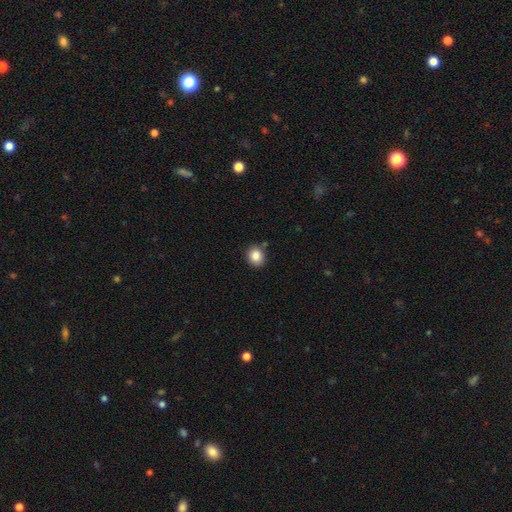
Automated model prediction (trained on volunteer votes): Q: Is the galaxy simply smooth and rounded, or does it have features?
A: smooth — 86%.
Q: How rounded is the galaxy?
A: round — 74%.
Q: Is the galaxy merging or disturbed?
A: none — 83%.